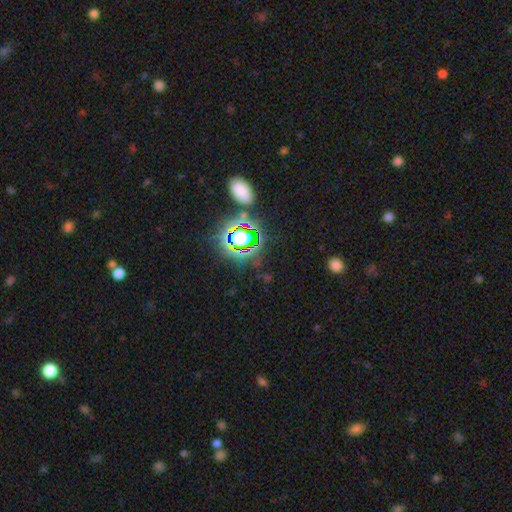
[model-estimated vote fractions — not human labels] Smooth or featured? star or artifact (76%)